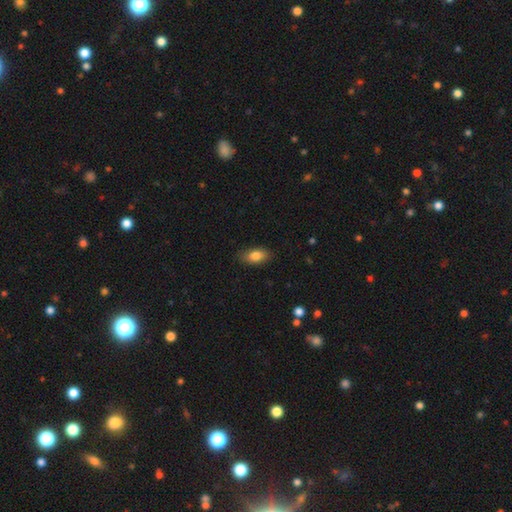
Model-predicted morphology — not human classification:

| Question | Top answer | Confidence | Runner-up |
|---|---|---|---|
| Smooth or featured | smooth | 83% | featured or disk (10%) |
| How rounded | in between | 89% | round (5%) |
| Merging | none | 84% | minor disturbance (12%) |